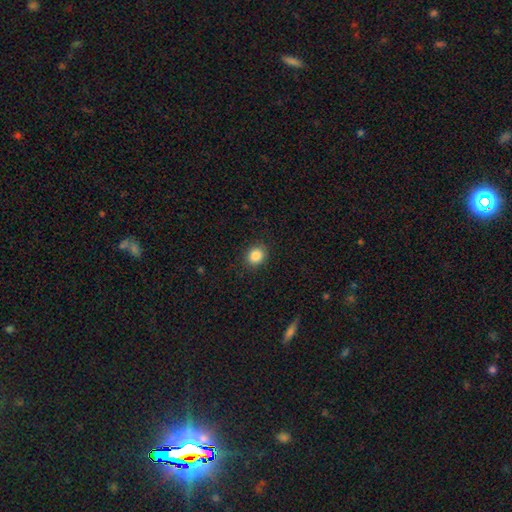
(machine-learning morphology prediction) Smooth or featured: smooth — 86% (star or artifact — 10%)
How rounded: round — 71% (in between — 28%)
Merging: none — 89% (minor disturbance — 8%)